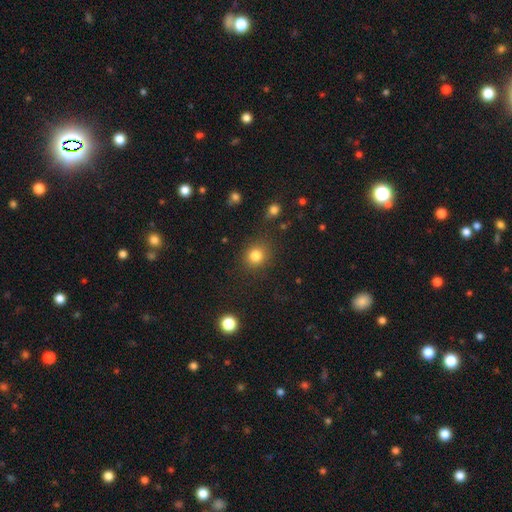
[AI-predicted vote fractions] The model was most divided on "how rounded": round: 85%, in between: 14%, cigar-shaped: 1%. More confident: merging — none (85%); smooth or featured — smooth (83%).